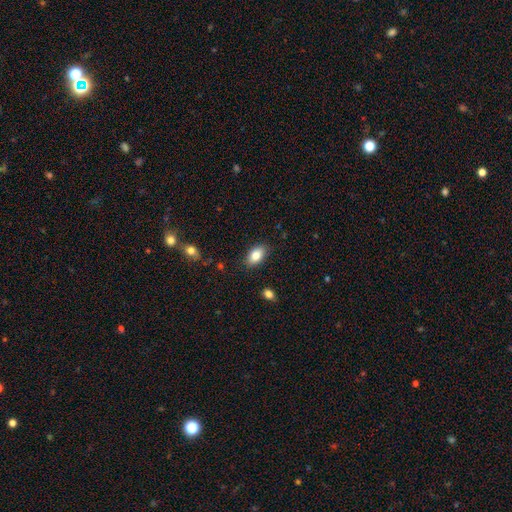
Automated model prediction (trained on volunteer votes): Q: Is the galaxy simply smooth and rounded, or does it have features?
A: smooth — 82%.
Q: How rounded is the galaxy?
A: in between — 91%.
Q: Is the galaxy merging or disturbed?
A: none — 86%.